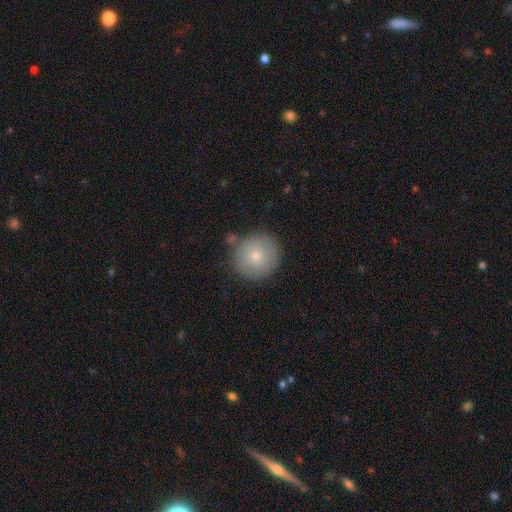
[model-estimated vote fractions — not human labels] A smooth galaxy with no disk features (76%) that is round (95%). Merging: none (79%).